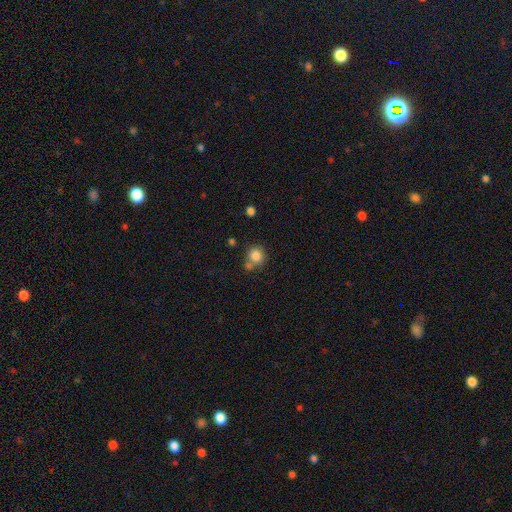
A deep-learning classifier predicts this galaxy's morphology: This appears to be a smooth galaxy with no disk features (82%) that is round (86%). Merging: none (58%).